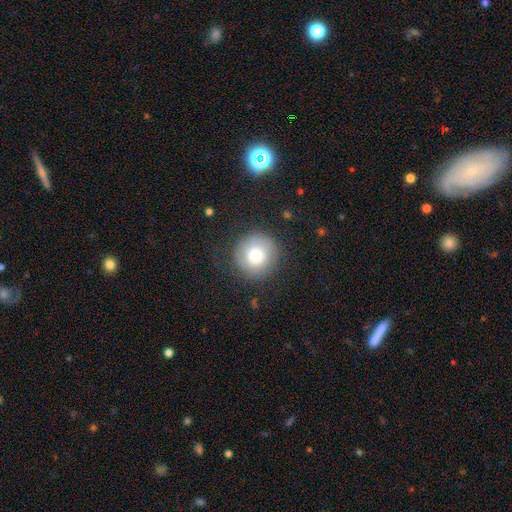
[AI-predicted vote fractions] A smooth galaxy with no disk features (71%) that is round (95%).

Vote fractions:
- Smooth or featured? smooth: 71% / featured or disk: 18% / star or artifact: 10%
- How rounded? round: 95% / in between: 4% / cigar-shaped: 1%
- Merging? none: 79% / minor disturbance: 13% / major disturbance: 6% / merger: 1%